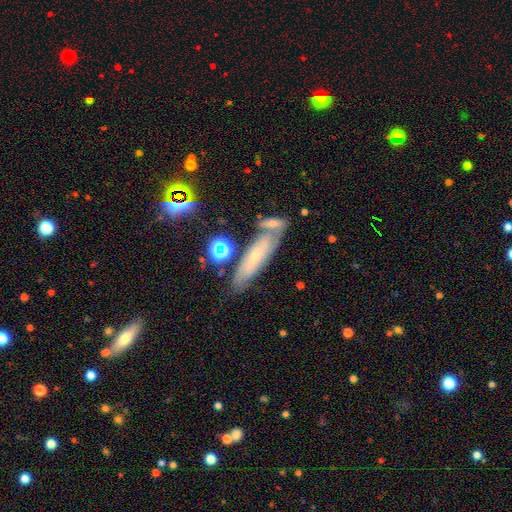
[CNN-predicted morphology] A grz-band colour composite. It shows a featured or disk galaxy (47%). Merging: none (59%).